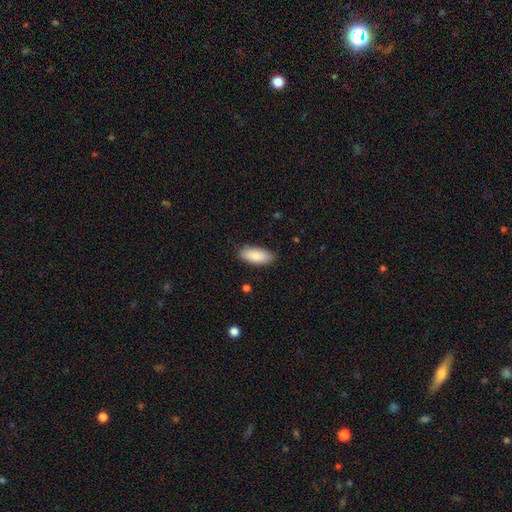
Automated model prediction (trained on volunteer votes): smooth 86%, featured or disk 8%, star or artifact 6%. Down the decision tree: how rounded — in between (89%); merging — none (84%).